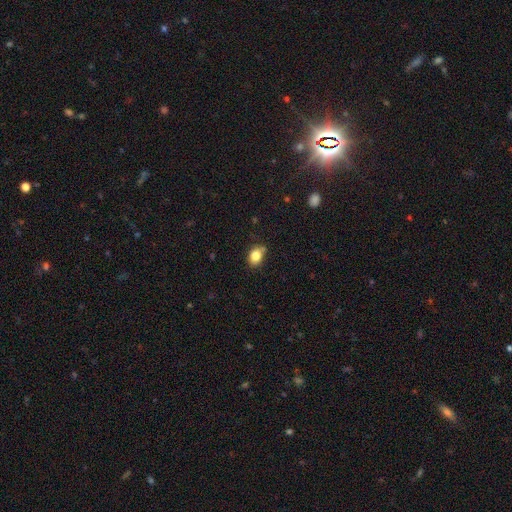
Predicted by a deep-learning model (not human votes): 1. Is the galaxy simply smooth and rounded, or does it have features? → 82% smooth, 10% star or artifact, 8% featured or disk.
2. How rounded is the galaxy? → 63% in between, 36% round, 1% cigar-shaped.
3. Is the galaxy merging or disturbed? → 68% none, 22% minor disturbance, 5% merger, 4% major disturbance.